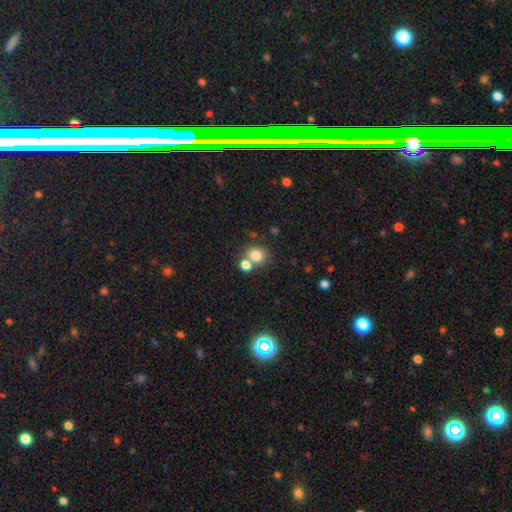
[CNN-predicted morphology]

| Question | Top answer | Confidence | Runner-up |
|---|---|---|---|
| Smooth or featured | smooth | 79% | star or artifact (12%) |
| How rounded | round | 74% | in between (25%) |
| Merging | none | 54% | merger (35%) |